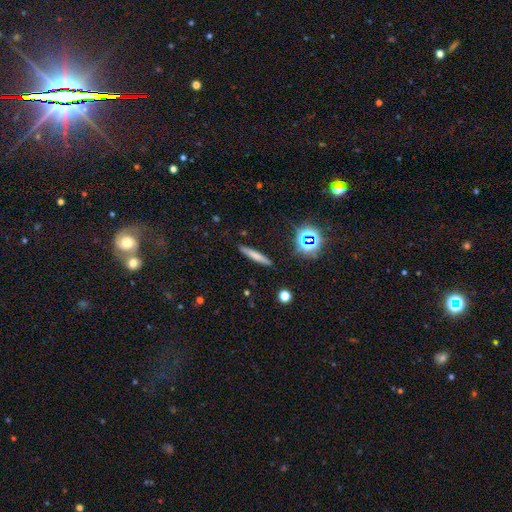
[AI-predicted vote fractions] smooth_or_featured: smooth (p=0.65) [alt: featured or disk p=0.22]
how_rounded: cigar-shaped (p=0.92) [alt: in between p=0.05]
merging: none (p=0.88) [alt: minor disturbance p=0.08]